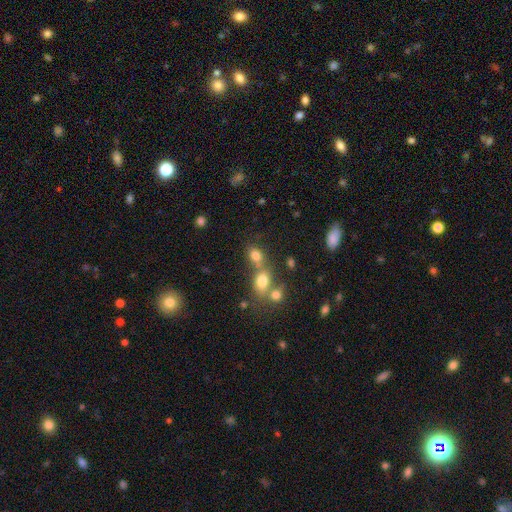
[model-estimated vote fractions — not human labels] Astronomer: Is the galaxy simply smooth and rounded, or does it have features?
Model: smooth — 76%.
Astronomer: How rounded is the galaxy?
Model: in between — 62%.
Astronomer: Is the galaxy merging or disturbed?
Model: merger — 43% (runner-up: none, 41%).